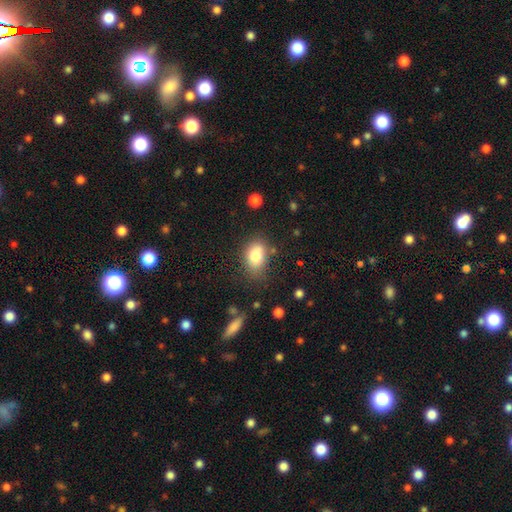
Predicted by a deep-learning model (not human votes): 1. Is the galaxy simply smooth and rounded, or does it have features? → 79% smooth, 12% featured or disk, 9% star or artifact.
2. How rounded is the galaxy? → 78% in between, 21% round, 1% cigar-shaped.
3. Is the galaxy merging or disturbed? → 70% none, 19% minor disturbance, 6% major disturbance, 5% merger.